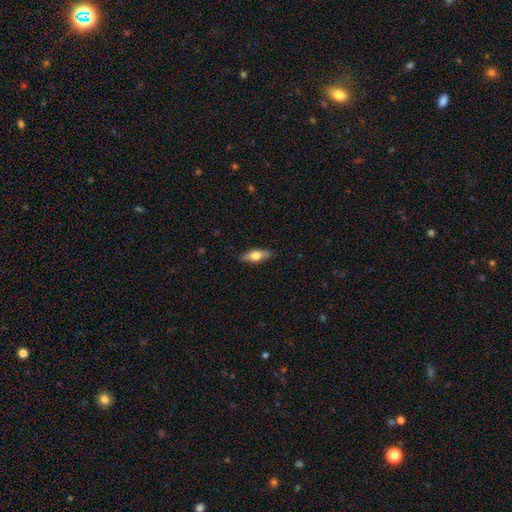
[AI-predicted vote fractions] Smooth or featured?
  - smooth: 57% *
  - featured or disk: 37%
  - star or artifact: 6%
How rounded?
  - in between: 60% *
  - cigar-shaped: 36%
  - round: 3%
Merging?
  - none: 88% *
  - minor disturbance: 9%
  - major disturbance: 2%
  - merger: 1%